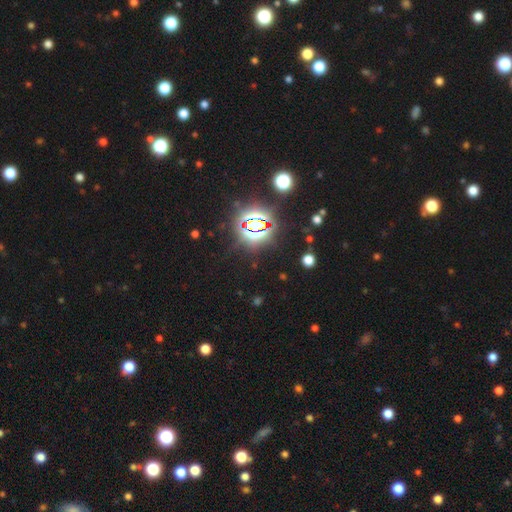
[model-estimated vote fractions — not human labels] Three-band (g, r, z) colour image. It shows a star or artifact, not a galaxy (84%).